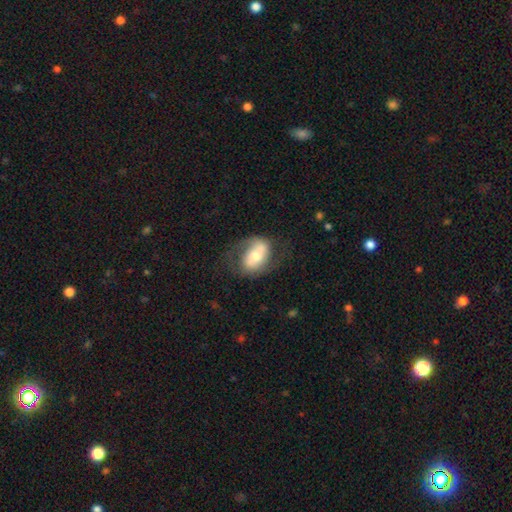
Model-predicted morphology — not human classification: featured or disk 49%, smooth 44%, star or artifact 7%. Down the decision tree: merging — none (60%).